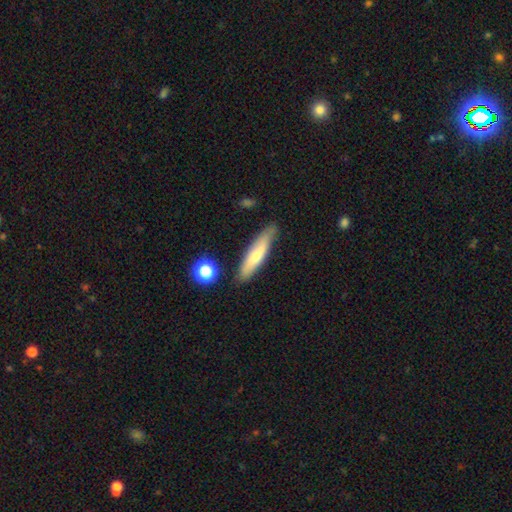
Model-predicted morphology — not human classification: This is likely a smooth galaxy (60%). How rounded: likely cigar-shaped (79%). Merging: likely none (78%).